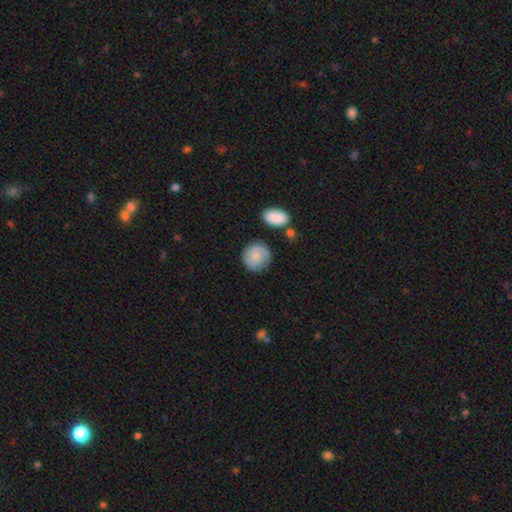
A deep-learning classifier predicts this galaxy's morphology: Overall: smooth (63%; featured or disk 30%). How rounded: round (88%). Merging: none (75%).